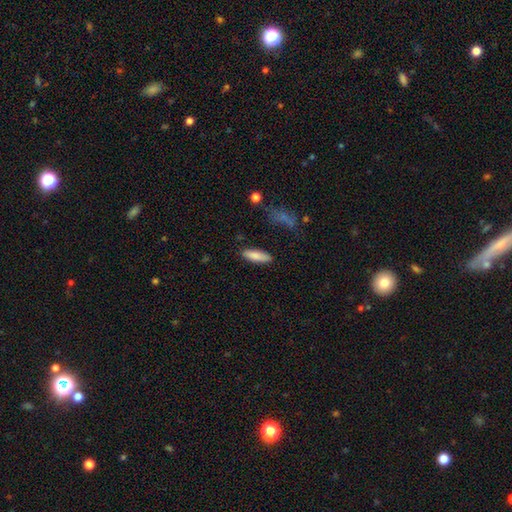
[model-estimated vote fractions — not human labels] This is clearly a smooth galaxy (84%). How rounded: possibly in between (49%, tied with cigar-shaped). Merging: clearly none (85%).